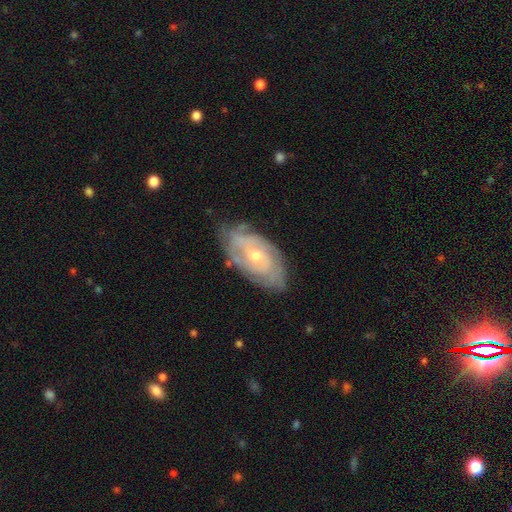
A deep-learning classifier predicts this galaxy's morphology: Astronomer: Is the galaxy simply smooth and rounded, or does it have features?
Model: featured or disk — 81%.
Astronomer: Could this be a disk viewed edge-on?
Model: no — 94%.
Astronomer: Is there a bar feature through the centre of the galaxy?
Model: no — 66%.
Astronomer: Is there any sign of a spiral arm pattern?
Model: yes — 92%.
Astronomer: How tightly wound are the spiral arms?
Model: tight — 66%.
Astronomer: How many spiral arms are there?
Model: can't tell — 39% (runner-up: 2, 28%).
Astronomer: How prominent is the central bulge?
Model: small — 53% (runner-up: moderate, 44%).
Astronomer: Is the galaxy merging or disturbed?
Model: none — 73%.